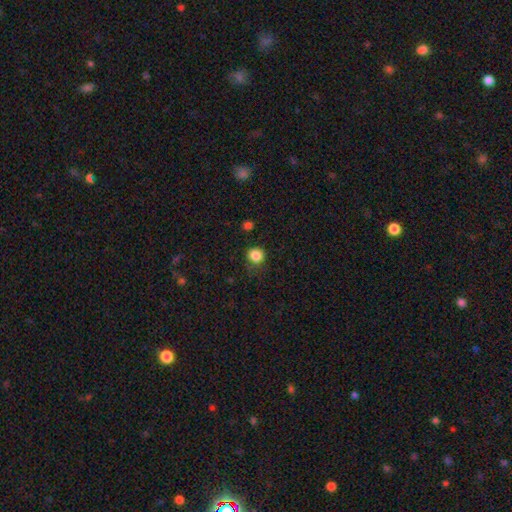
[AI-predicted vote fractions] This appears to be a smooth galaxy with no disk features (85%) that is round (88%). Merging: none (80%).